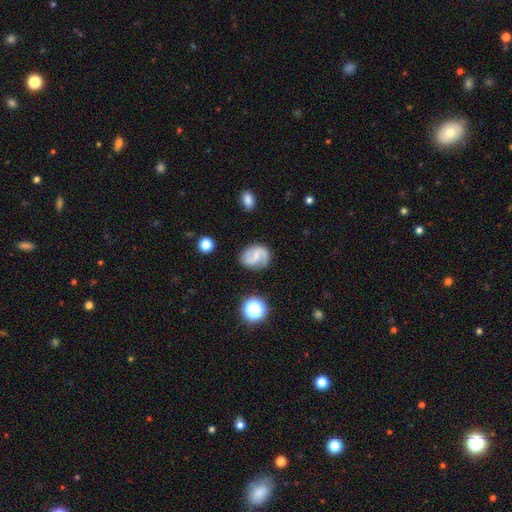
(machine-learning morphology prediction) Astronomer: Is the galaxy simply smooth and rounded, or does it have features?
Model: featured or disk — 71%.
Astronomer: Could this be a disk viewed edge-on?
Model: no — 98%.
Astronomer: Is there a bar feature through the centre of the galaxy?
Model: weak — 52% (runner-up: no, 30%).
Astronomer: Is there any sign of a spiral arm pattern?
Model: yes — 94%.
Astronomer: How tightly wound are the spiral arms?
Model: medium — 45% (runner-up: loose, 38%).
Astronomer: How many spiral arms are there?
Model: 2 — 87%.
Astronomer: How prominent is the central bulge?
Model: small — 51%.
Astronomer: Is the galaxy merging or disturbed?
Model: none — 78%.